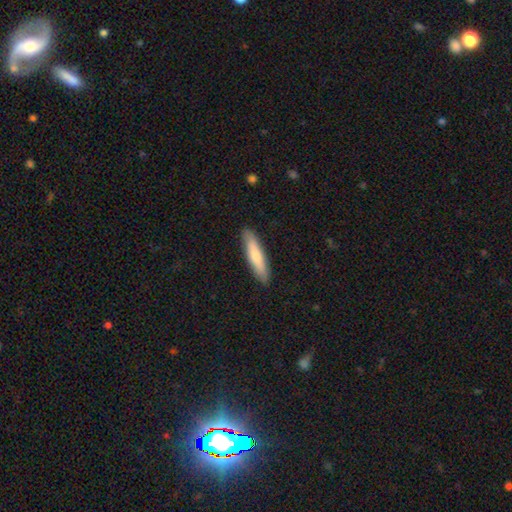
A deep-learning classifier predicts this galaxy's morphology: Smooth or featured? Predicted: smooth (p=0.72). How rounded? Predicted: cigar-shaped (p=0.79). Merging? Predicted: none (p=0.89).